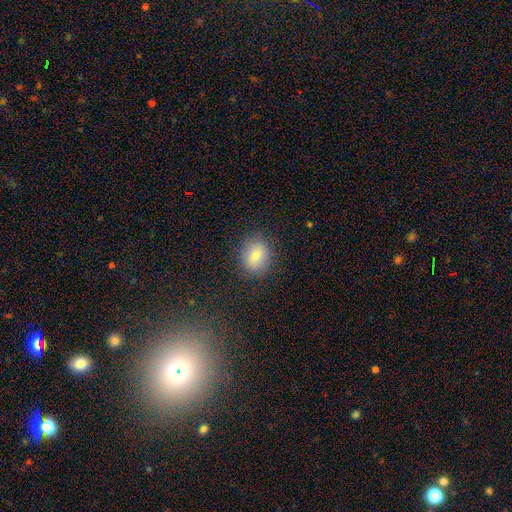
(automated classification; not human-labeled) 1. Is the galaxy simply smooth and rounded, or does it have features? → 83% smooth, 9% featured or disk, 9% star or artifact.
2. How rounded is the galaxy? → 56% round, 43% in between, 1% cigar-shaped.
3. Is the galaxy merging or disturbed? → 85% none, 11% minor disturbance, 4% major disturbance, 1% merger.